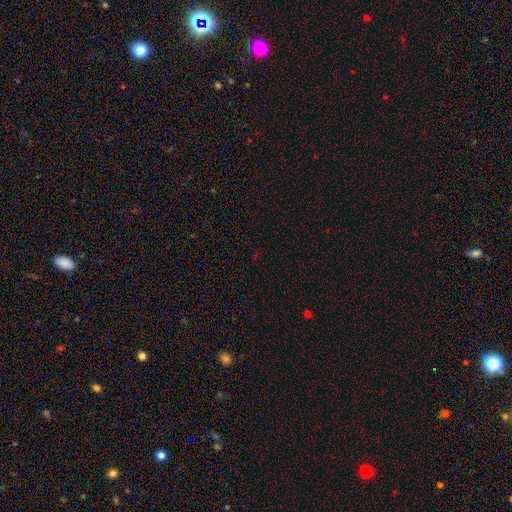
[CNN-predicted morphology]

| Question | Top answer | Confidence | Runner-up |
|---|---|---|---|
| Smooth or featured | star or artifact | 71% | smooth (21%) |